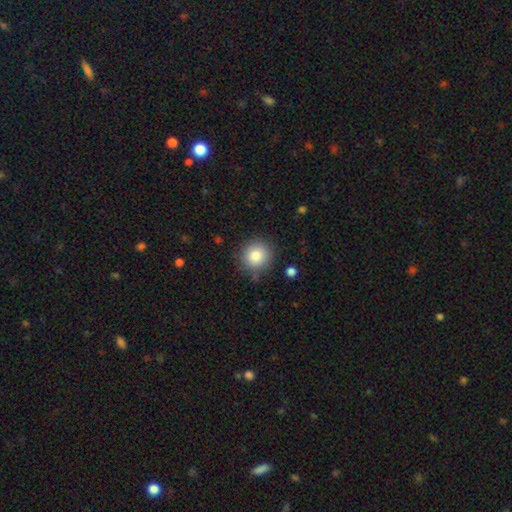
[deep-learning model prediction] The model was most divided on "merging": none: 84%, minor disturbance: 11%, major disturbance: 3%, merger: 2%. More confident: how rounded — round (92%); smooth or featured — smooth (84%).